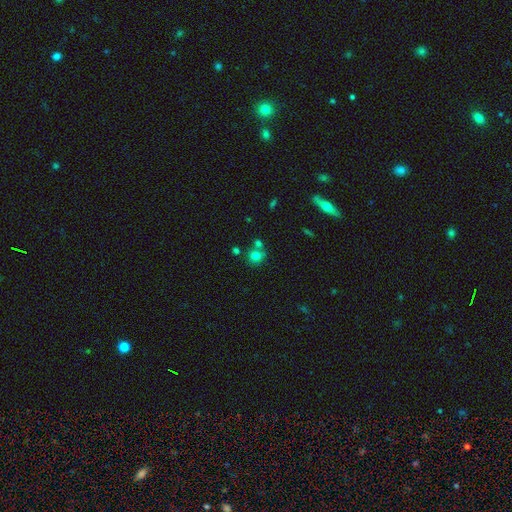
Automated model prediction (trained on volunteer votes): This appears to be a smooth galaxy with no disk features (74%) that is round (85%). Merging: none (62%).